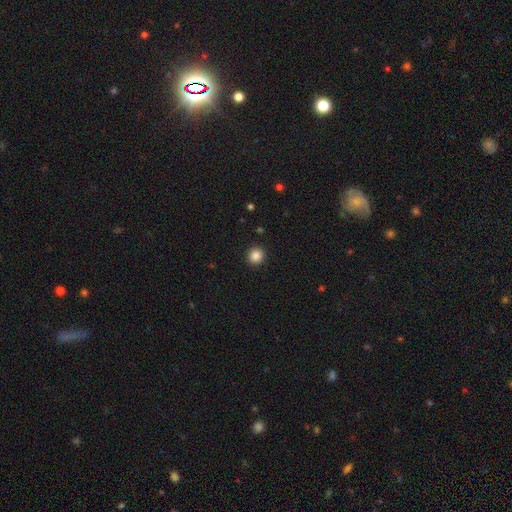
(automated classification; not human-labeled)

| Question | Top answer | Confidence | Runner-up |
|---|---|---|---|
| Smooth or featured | smooth | 86% | star or artifact (11%) |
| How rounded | round | 92% | in between (7%) |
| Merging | none | 92% | minor disturbance (5%) |